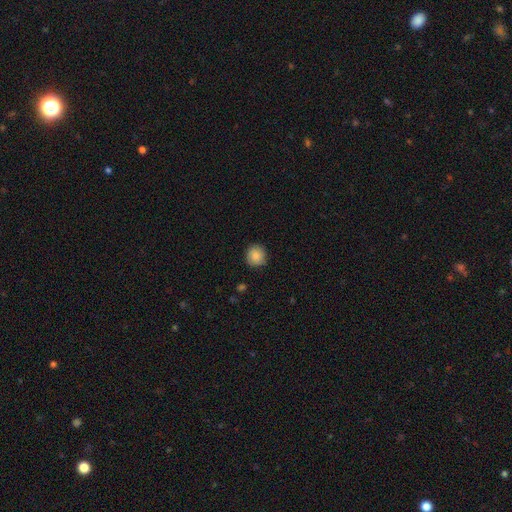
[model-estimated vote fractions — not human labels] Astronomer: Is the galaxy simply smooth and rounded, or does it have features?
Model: smooth — 87%.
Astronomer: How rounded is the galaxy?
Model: round — 92%.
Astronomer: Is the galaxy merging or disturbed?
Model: none — 87%.